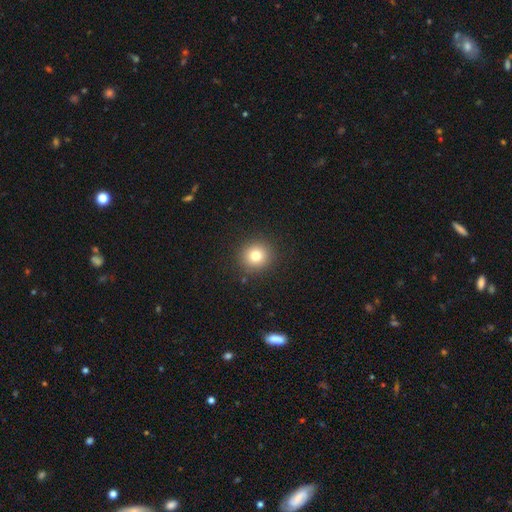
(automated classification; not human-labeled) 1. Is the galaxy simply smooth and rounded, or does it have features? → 77% smooth, 14% star or artifact, 9% featured or disk.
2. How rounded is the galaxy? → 91% round, 8% in between, 1% cigar-shaped.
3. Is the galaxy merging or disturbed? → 90% none, 7% minor disturbance, 2% major disturbance, 1% merger.